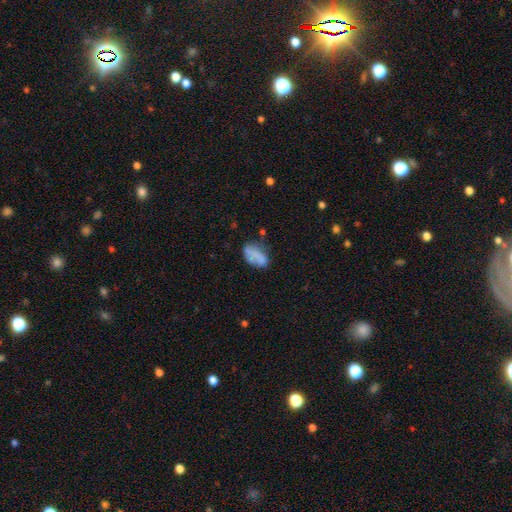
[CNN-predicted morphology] smooth 72%, featured or disk 19%, star or artifact 9%. Down the decision tree: how rounded — in between (91%); merging — none (45%).